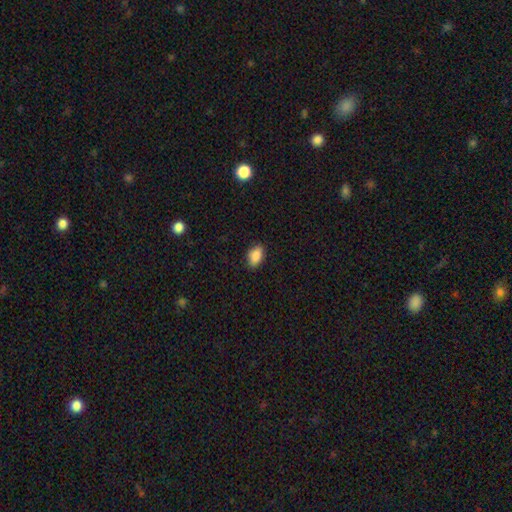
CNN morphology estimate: Q: Smooth or featured?
A: smooth (88%); runner-up: star or artifact (8%)
Q: How rounded?
A: in between (89%); runner-up: round (8%)
Q: Merging?
A: none (85%); runner-up: minor disturbance (12%)